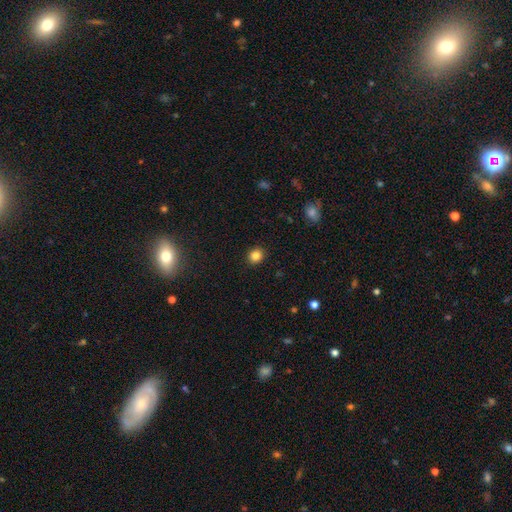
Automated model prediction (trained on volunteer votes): The model was most divided on "how rounded": round: 78%, in between: 21%, cigar-shaped: 1%. More confident: merging — none (91%); smooth or featured — smooth (83%).